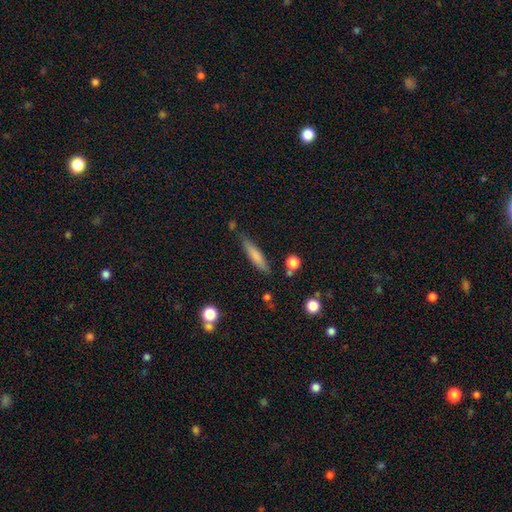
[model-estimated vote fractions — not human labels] A smooth galaxy with no disk features (72%) that is cigar-shaped (85%).

Vote fractions:
- Smooth or featured? smooth: 72% / featured or disk: 21% / star or artifact: 7%
- How rounded? cigar-shaped: 85% / in between: 14% / round: 2%
- Merging? none: 79% / minor disturbance: 14% / merger: 4% / major disturbance: 3%